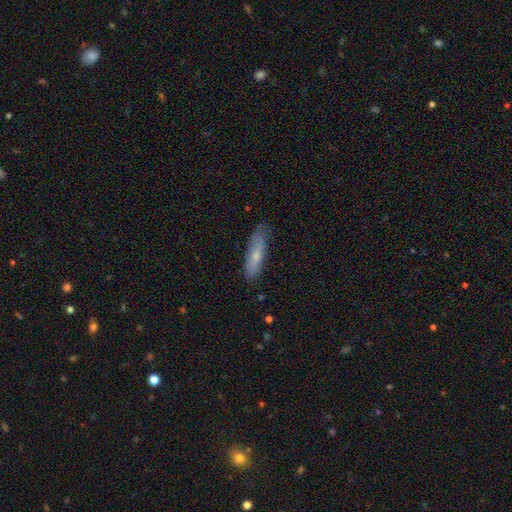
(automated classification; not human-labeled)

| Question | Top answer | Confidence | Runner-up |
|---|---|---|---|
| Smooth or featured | smooth | 63% | featured or disk (30%) |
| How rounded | cigar-shaped | 68% | in between (30%) |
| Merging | none | 76% | minor disturbance (19%) |